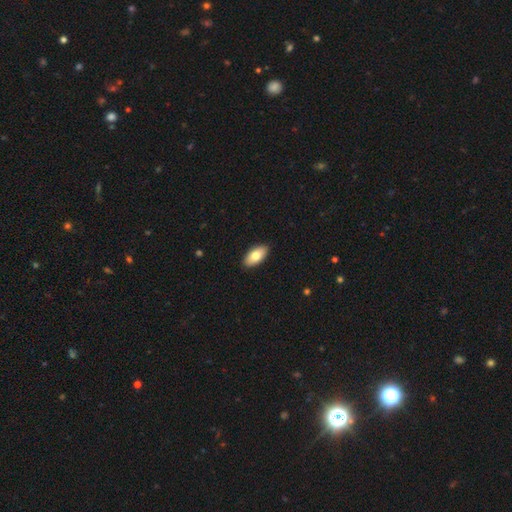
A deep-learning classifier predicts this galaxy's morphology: smooth-or-featured: smooth: 77% | featured or disk: 17% | star or artifact: 6%
  how-rounded: in between: 92% | cigar-shaped: 5% | round: 2%
  merging: none: 90% | minor disturbance: 7% | major disturbance: 1% | merger: 1%